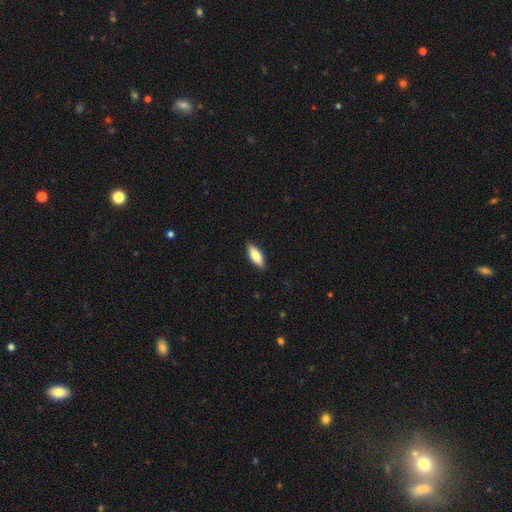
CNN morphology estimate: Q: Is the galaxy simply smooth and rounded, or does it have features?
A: smooth — 77%.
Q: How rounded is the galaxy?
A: in between — 69%.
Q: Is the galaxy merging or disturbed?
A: none — 89%.